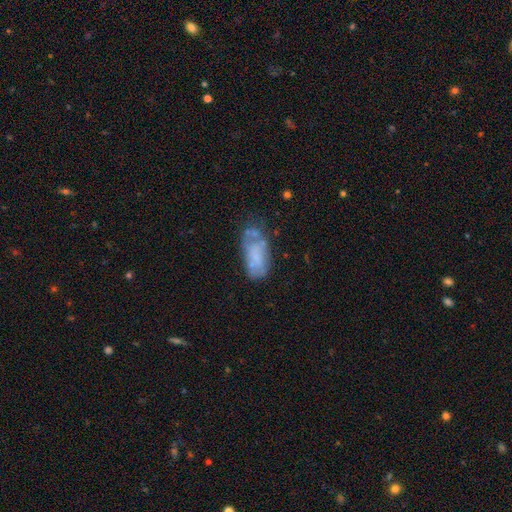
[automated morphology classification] type=smooth (48%); merging=none (41%).